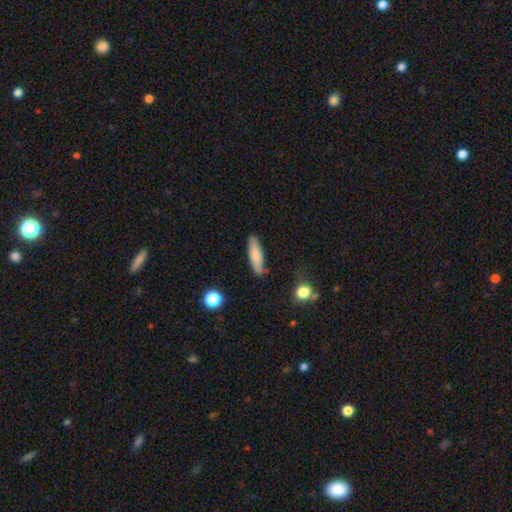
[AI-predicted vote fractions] smooth-or-featured: smooth: 79% | featured or disk: 14% | star or artifact: 6%
  how-rounded: cigar-shaped: 64% | in between: 34% | round: 2%
  merging: none: 81% | minor disturbance: 13% | merger: 3% | major disturbance: 3%